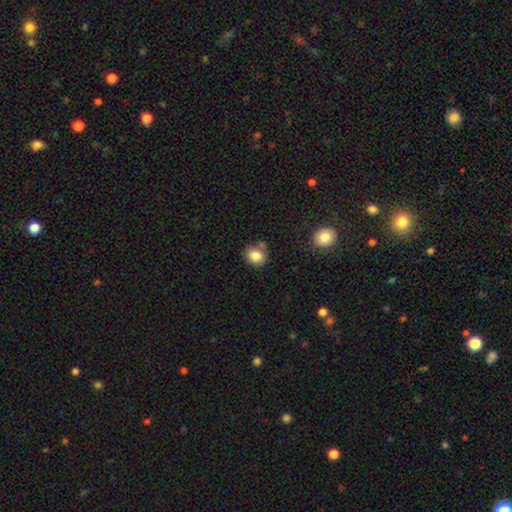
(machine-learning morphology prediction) type=smooth (83%); roundness=round (73%); merging=none (69%).